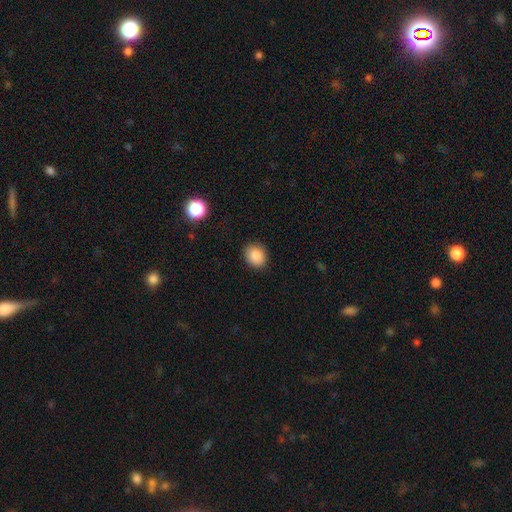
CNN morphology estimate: This appears to be a smooth galaxy with no disk features (87%) that is round (59%). Merging: none (87%).